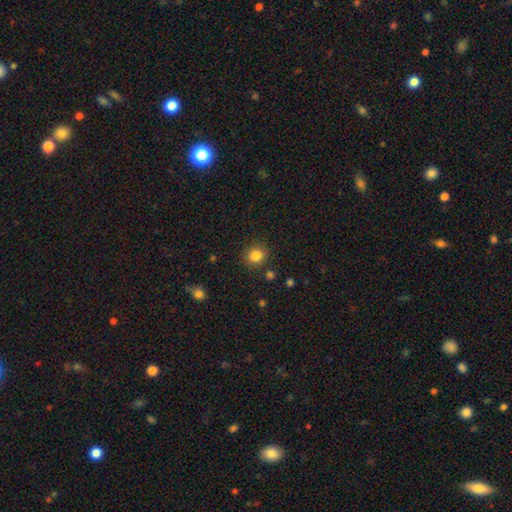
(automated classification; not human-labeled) This is clearly a smooth galaxy (84%). How rounded: likely round (68%). Merging: clearly none (85%).